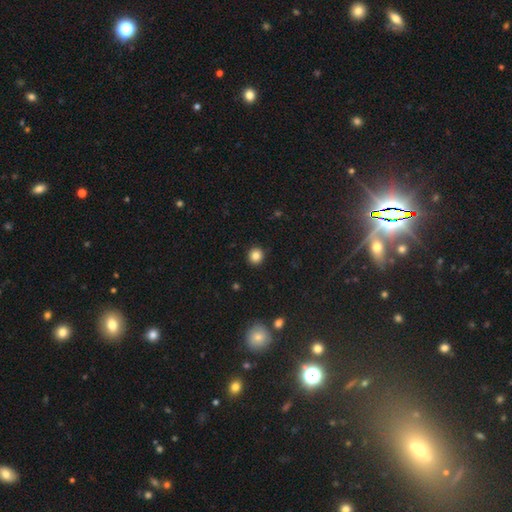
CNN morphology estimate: This is clearly a smooth galaxy (84%). How rounded: clearly round (91%). Merging: clearly none (92%).